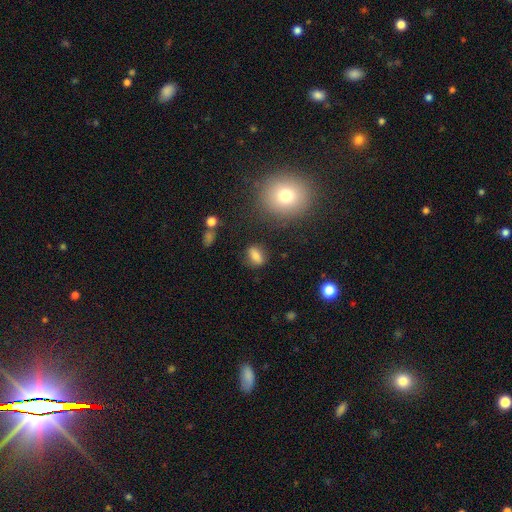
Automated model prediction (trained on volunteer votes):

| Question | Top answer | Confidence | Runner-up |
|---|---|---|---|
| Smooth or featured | smooth | 77% | featured or disk (12%) |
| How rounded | in between | 72% | round (21%) |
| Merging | none | 81% | minor disturbance (12%) |